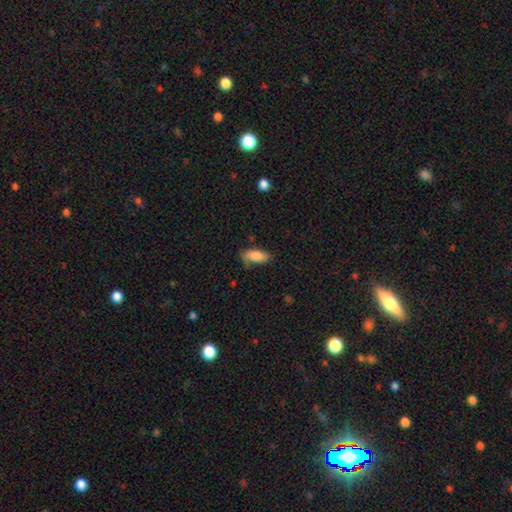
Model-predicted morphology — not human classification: This appears to be a smooth galaxy with no disk features (82%) that is in between round and cigar-shaped (83%). Merging: none (64%).